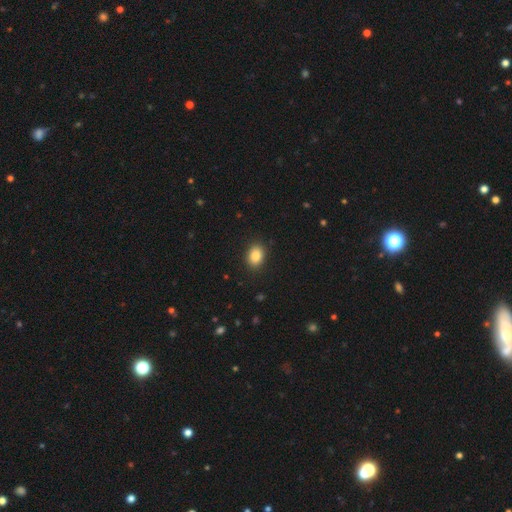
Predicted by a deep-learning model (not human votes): This is clearly a smooth galaxy (86%). How rounded: likely in between (71%). Merging: clearly none (89%).